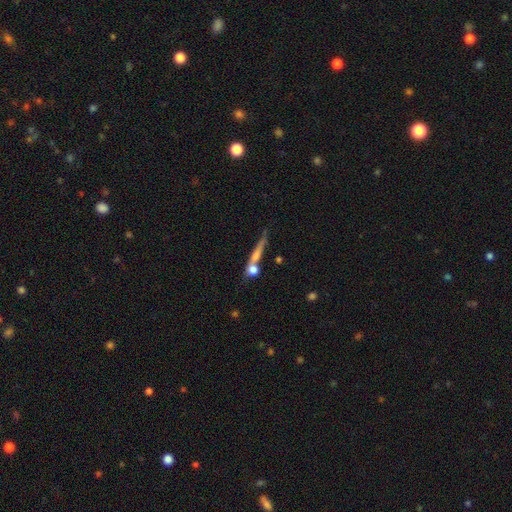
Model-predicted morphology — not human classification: This appears to be a smooth galaxy with no disk features (47%). Merging: none (54%).